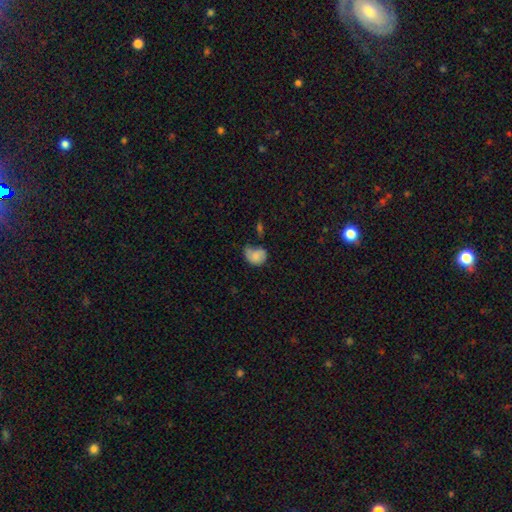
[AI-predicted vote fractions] Smooth or featured? Predicted: smooth (p=0.73). How rounded? Predicted: in between (p=0.51). Merging? Predicted: minor disturbance (p=0.39).